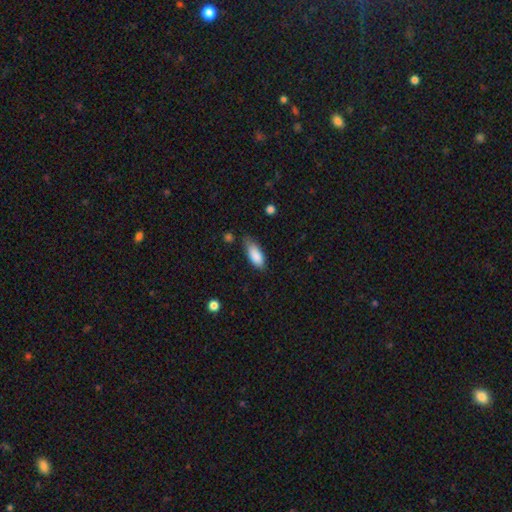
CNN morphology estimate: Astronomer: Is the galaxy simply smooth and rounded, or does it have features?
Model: smooth — 87%.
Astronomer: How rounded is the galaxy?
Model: in between — 81%.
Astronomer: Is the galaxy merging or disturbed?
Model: none — 59%.